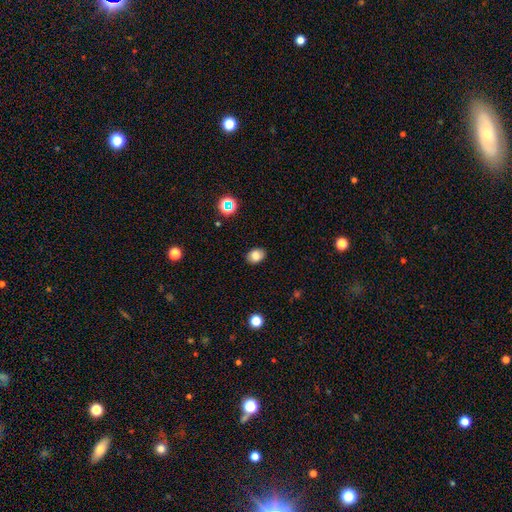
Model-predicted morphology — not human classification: This appears to be a smooth galaxy with no disk features (81%) that is in between round and cigar-shaped (72%). Merging: none (87%).